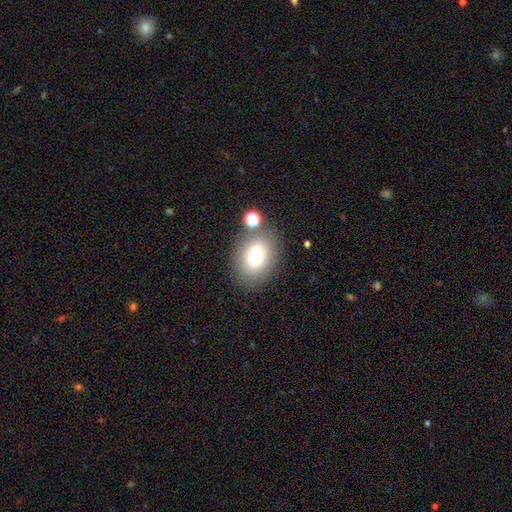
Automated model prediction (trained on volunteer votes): Q: Smooth or featured?
A: smooth (72%); runner-up: featured or disk (15%)
Q: How rounded?
A: in between (64%); runner-up: round (35%)
Q: Merging?
A: none (74%); runner-up: minor disturbance (12%)